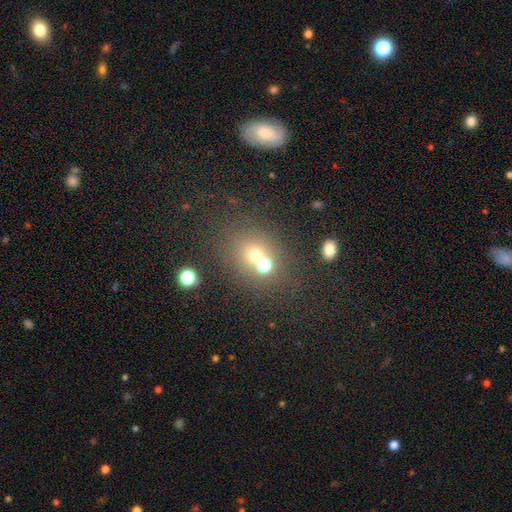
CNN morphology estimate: Q: Smooth or featured?
A: smooth (61%); runner-up: star or artifact (23%)
Q: How rounded?
A: round (76%); runner-up: in between (23%)
Q: Merging?
A: none (49%); runner-up: merger (37%)